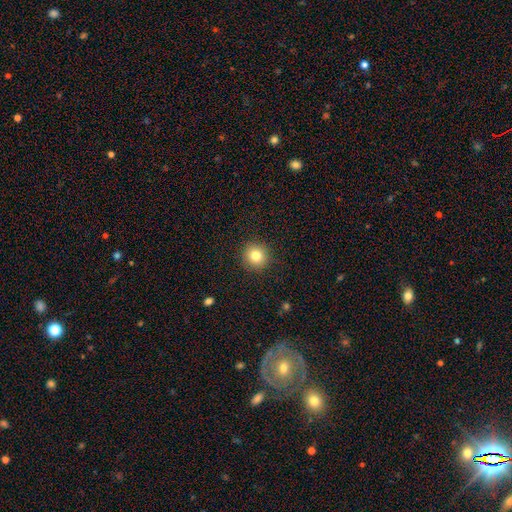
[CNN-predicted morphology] Smooth or featured? smooth (82%)
How rounded? round (94%)
Merging? none (91%)